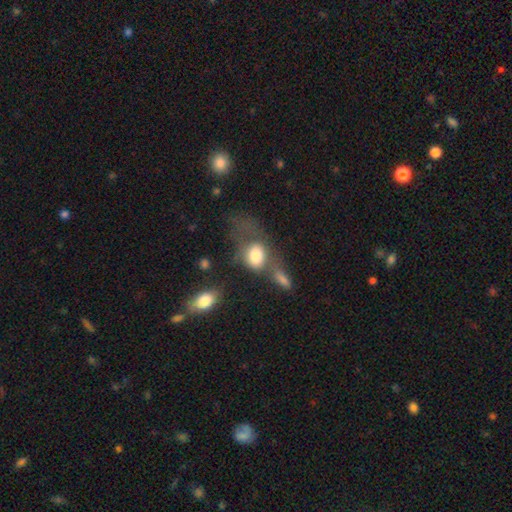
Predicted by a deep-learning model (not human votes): Smooth or featured?
  - smooth: 74% *
  - featured or disk: 17%
  - star or artifact: 9%
How rounded?
  - in between: 65% *
  - round: 33%
  - cigar-shaped: 2%
Merging?
  - merger: 29% * (tied)
  - major disturbance: 29% * (tied)
  - none: 26%
  - minor disturbance: 17%